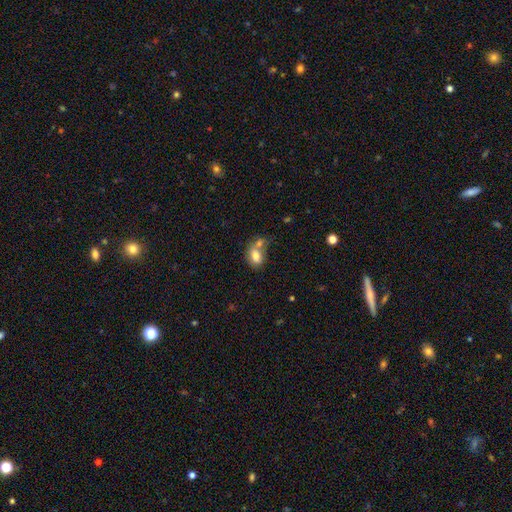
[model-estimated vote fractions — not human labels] smooth_or_featured: smooth (p=0.77) [alt: featured or disk p=0.14]
how_rounded: in between (p=0.80) [alt: round p=0.18]
merging: merger (p=0.42) [alt: none p=0.37]